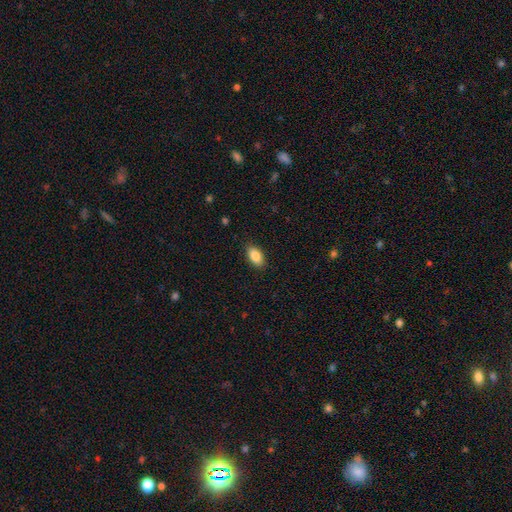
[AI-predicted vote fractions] smooth 87%, star or artifact 7%, featured or disk 6%. Down the decision tree: how rounded — in between (92%); merging — none (88%).